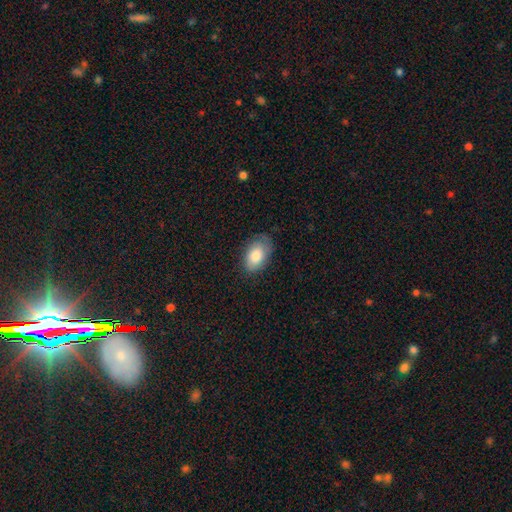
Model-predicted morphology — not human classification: Smooth or featured?
  - smooth: 81% *
  - featured or disk: 12%
  - star or artifact: 6%
How rounded?
  - in between: 92% *
  - round: 7%
  - cigar-shaped: 1%
Merging?
  - none: 74% *
  - minor disturbance: 20%
  - major disturbance: 5%
  - merger: 1%